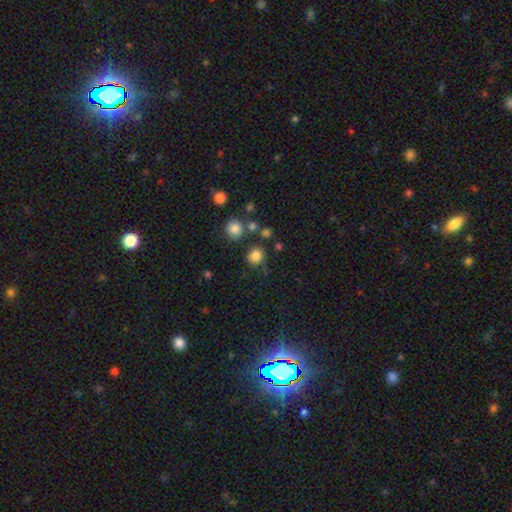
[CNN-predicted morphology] smooth-or-featured: smooth: 82% | star or artifact: 13% | featured or disk: 5%
  how-rounded: round: 83% | in between: 16% | cigar-shaped: 1%
  merging: none: 75% | minor disturbance: 13% | merger: 8% | major disturbance: 5%